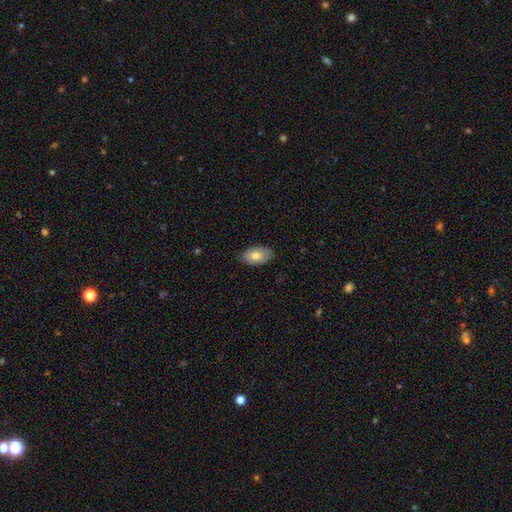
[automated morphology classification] A smooth galaxy with no disk features (75%) that is in between round and cigar-shaped (94%).

Vote fractions:
- Smooth or featured? smooth: 75% / featured or disk: 18% / star or artifact: 6%
- How rounded? in between: 94% / round: 5% / cigar-shaped: 2%
- Merging? none: 83% / minor disturbance: 14% / major disturbance: 2% / merger: 1%